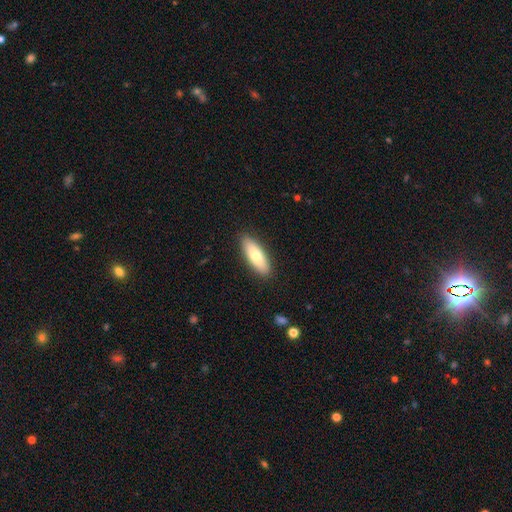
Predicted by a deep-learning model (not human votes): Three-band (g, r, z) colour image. It shows a smooth galaxy with no disk features (73%) that is in between round and cigar-shaped (67%). Merging: none (89%).